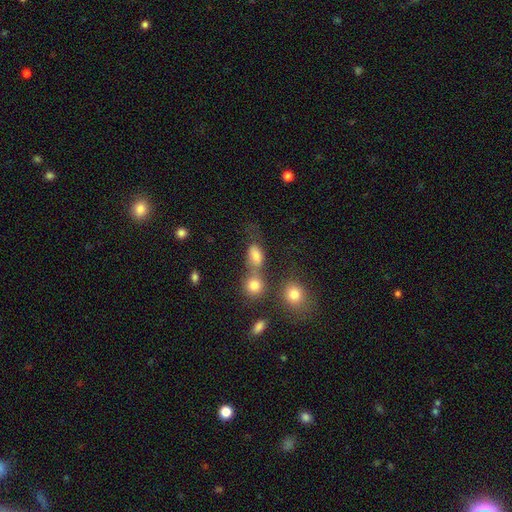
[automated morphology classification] Smooth or featured? Predicted: smooth (p=0.78). How rounded? Predicted: in between (p=0.75). Merging? Predicted: merger (p=0.42).